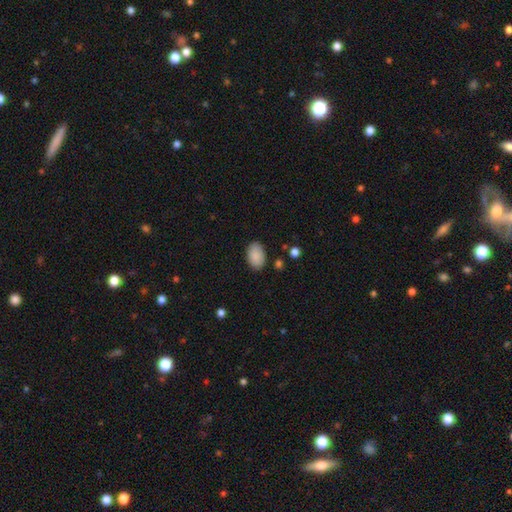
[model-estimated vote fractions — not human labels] smooth-or-featured: smooth: 89% | star or artifact: 6% | featured or disk: 4%
  how-rounded: in between: 89% | round: 10% | cigar-shaped: 1%
  merging: none: 86% | minor disturbance: 10% | major disturbance: 2% | merger: 2%